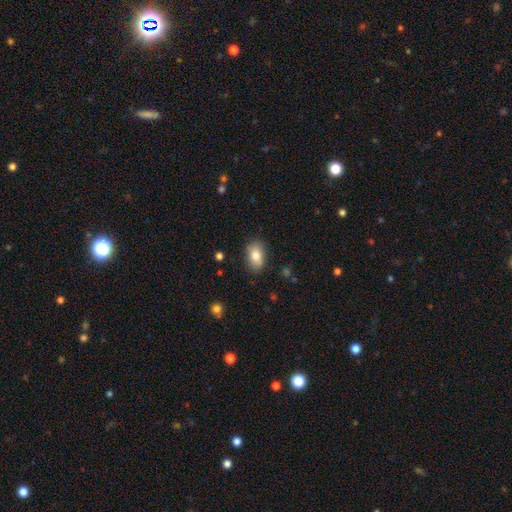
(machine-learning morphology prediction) Smooth or featured: smooth — 84% (featured or disk — 8%)
How rounded: in between — 90% (round — 8%)
Merging: none — 84% (minor disturbance — 12%)